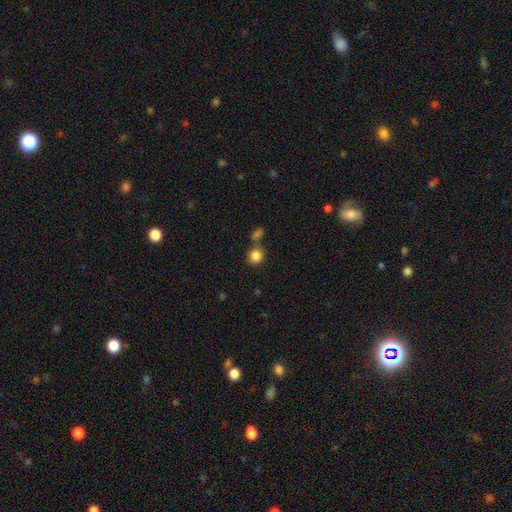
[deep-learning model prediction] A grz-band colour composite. It shows a smooth galaxy with no disk features (85%) that is round (84%). Merging: none (66%).